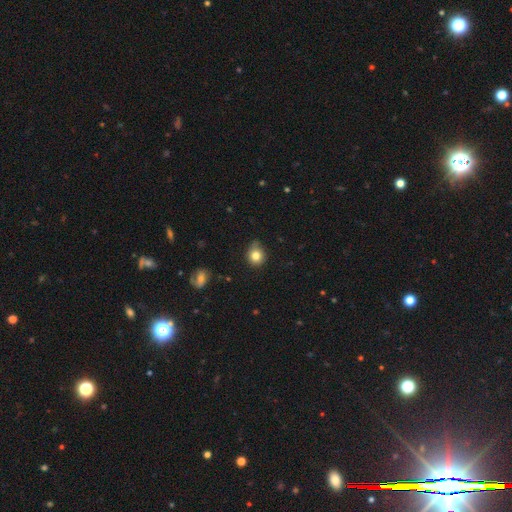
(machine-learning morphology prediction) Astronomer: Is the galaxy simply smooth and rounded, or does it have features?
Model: smooth — 81%.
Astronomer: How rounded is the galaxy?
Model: round — 77%.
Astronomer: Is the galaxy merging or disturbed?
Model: none — 63%.